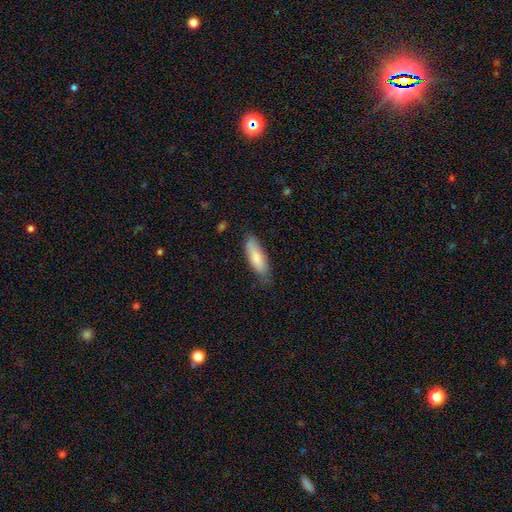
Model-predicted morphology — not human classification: type=smooth (80%); roundness=in between (52%); merging=none (79%).